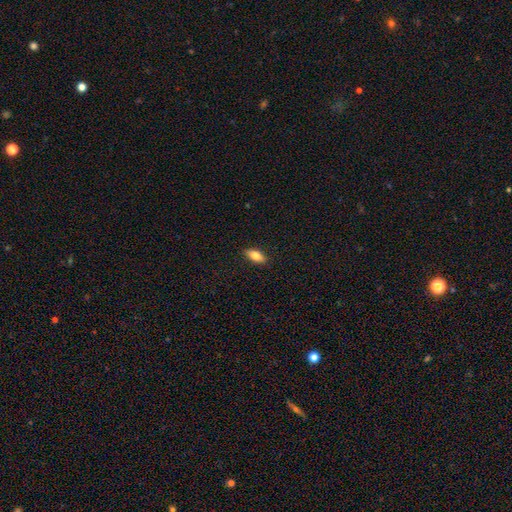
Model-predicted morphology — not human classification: A smooth galaxy with no disk features (78%) that is in between round and cigar-shaped (85%). Merging: none (89%).